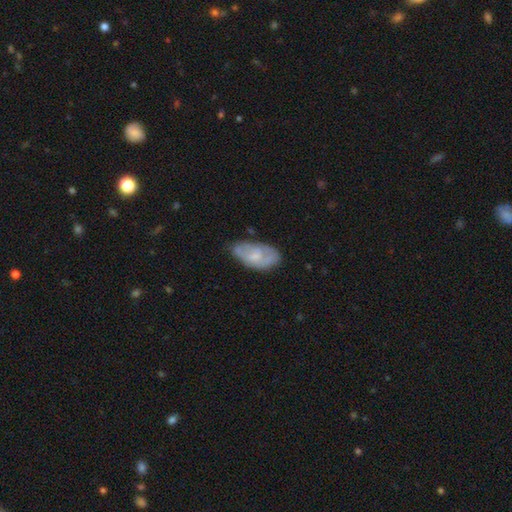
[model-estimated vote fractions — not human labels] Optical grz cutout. It shows a smooth galaxy with no disk features (51%) that is in between round and cigar-shaped (92%). Merging: none (53%).